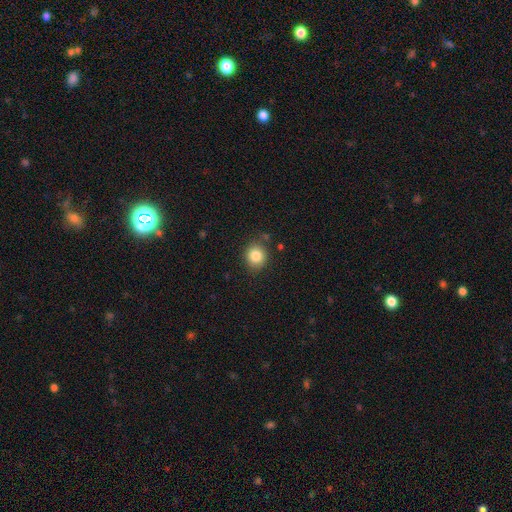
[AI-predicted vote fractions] This appears to be a smooth galaxy with no disk features (84%) that is round (81%). Merging: none (84%).